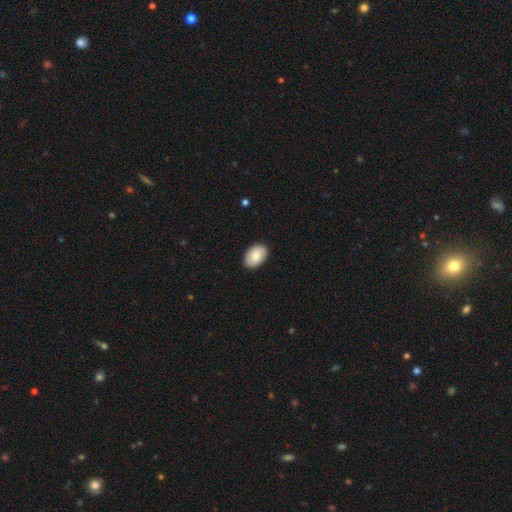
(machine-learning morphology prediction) Smooth or featured? smooth (85%)
How rounded? in between (89%)
Merging? none (89%)